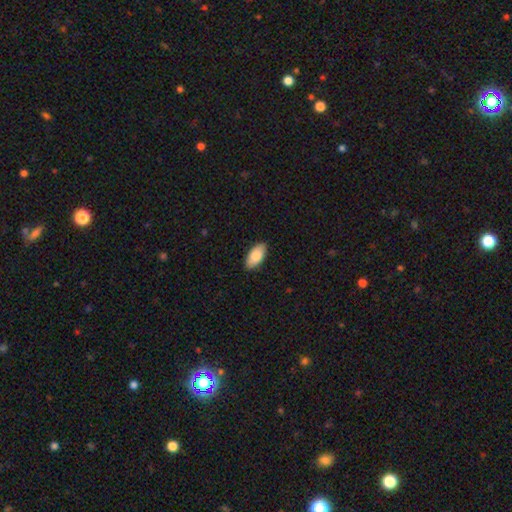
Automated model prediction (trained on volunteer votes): Smooth or featured? smooth (85%)
How rounded? in between (93%)
Merging? none (89%)